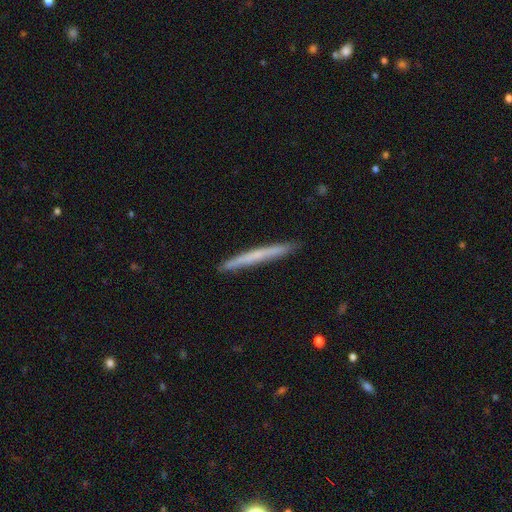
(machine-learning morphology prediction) smooth-or-featured: smooth: 54% | featured or disk: 41% | star or artifact: 6%
  how-rounded: cigar-shaped: 97% | in between: 2% | round: 1%
  merging: none: 91% | minor disturbance: 7% | major disturbance: 1% | merger: 1%